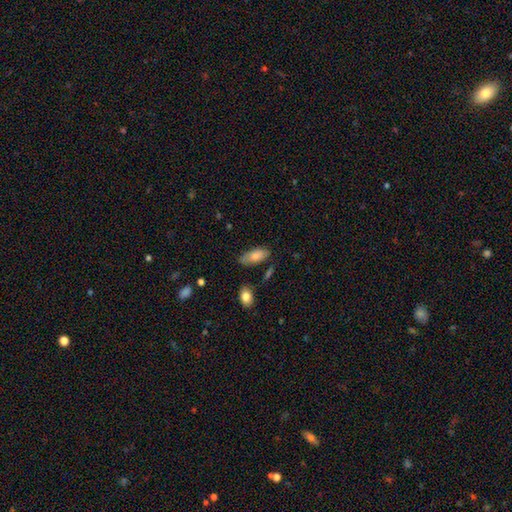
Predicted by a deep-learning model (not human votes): Smooth or featured? smooth (80%)
How rounded? in between (88%)
Merging? none (71%)